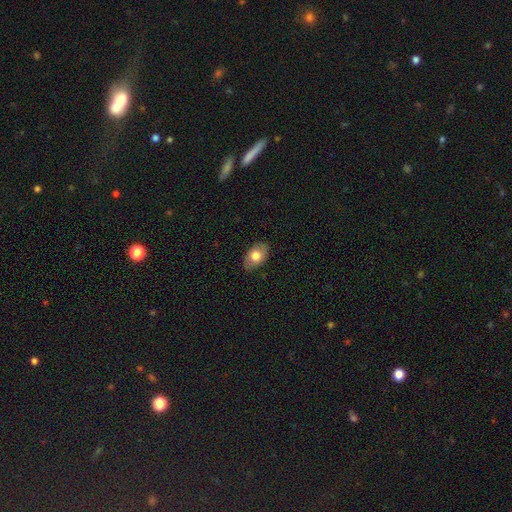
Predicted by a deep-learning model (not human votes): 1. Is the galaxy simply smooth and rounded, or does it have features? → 75% smooth, 18% featured or disk, 7% star or artifact.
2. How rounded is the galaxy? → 89% in between, 9% round, 1% cigar-shaped.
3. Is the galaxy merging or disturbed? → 84% none, 12% minor disturbance, 3% major disturbance, 1% merger.